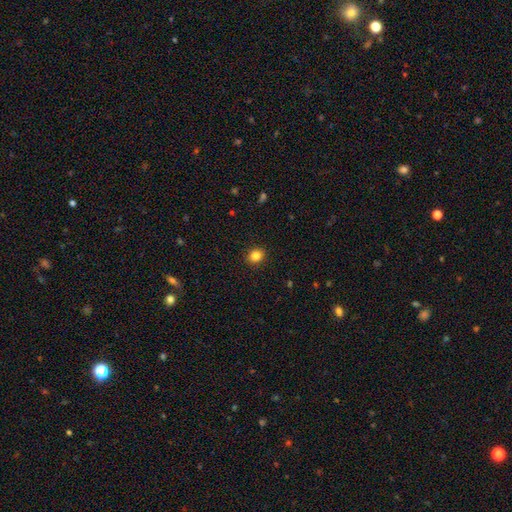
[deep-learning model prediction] Overall: smooth (84%). How rounded: round (74%). Merging: none (91%).